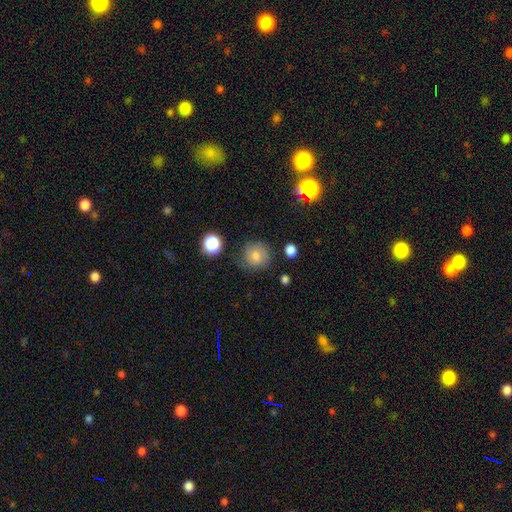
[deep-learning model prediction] This is likely a smooth galaxy (67%). How rounded: clearly round (87%). Merging: likely none (75%).